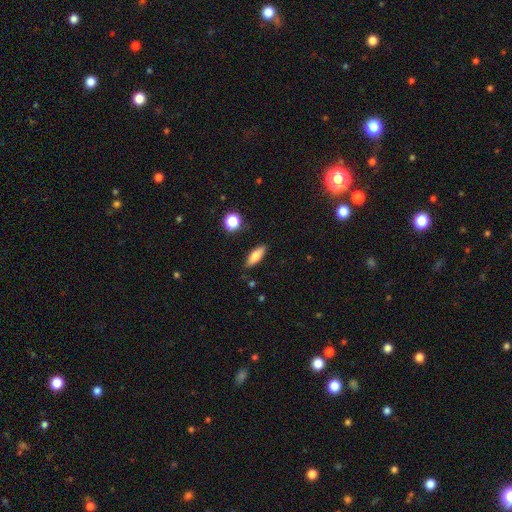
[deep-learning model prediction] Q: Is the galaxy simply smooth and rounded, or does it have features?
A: smooth — 73%.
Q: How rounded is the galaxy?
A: in between — 61%.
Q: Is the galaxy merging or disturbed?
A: none — 86%.